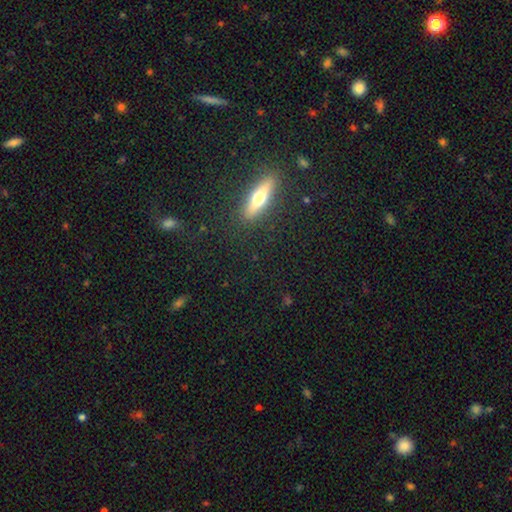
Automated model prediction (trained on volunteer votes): The model was most divided on "smooth or featured": featured or disk: 42%, smooth: 39%, star or artifact: 19%. More confident: merging — none (86%).